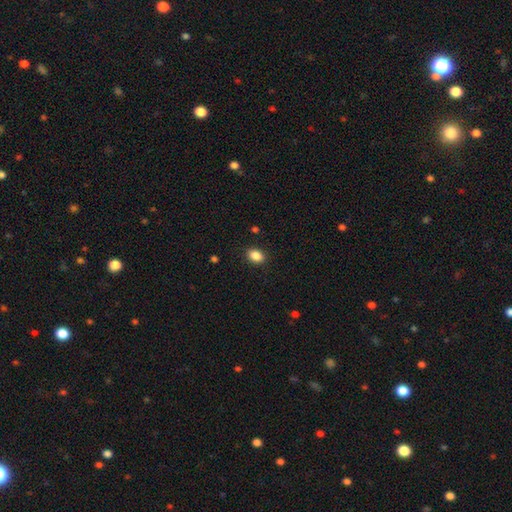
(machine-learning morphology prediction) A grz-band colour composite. It shows a smooth galaxy with no disk features (88%) that is in between round and cigar-shaped (80%). Merging: none (89%).